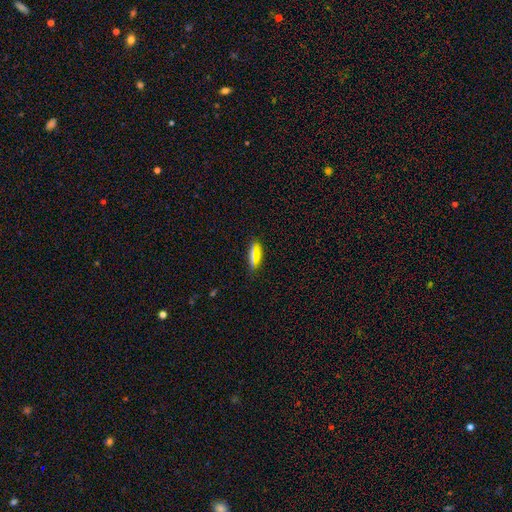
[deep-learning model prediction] Overall: smooth (72%). How rounded: in between (67%; cigar-shaped 28%). Merging: none (81%).